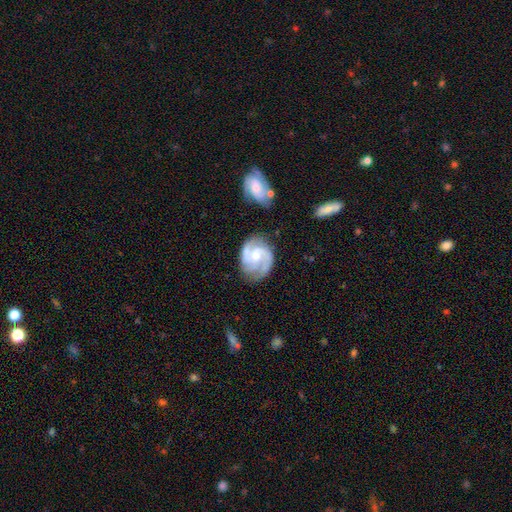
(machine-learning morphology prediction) Smooth or featured?
  - featured or disk: 88% *
  - smooth: 7%
  - star or artifact: 5%
Edge-on disk?
  - no: 98% *
  - yes: 2%
Bar?
  - no: 58% *
  - weak: 35%
  - strong: 7%
Spiral arms?
  - yes: 98% *
  - no: 2%
Spiral winding?
  - medium: 49% *
  - tight: 41%
  - loose: 10%
Spiral arm count?
  - 3: 43% *
  - 2: 38%
  - can't tell: 7%
  - 4: 5%
  - 1: 3%
  - more than 4: 3%
Bulge size?
  - moderate: 54% *
  - small: 39%
  - large: 3%
  - none: 3%
  - dominant: 1%
Merging?
  - none: 71% *
  - minor disturbance: 19%
  - major disturbance: 7%
  - merger: 4%